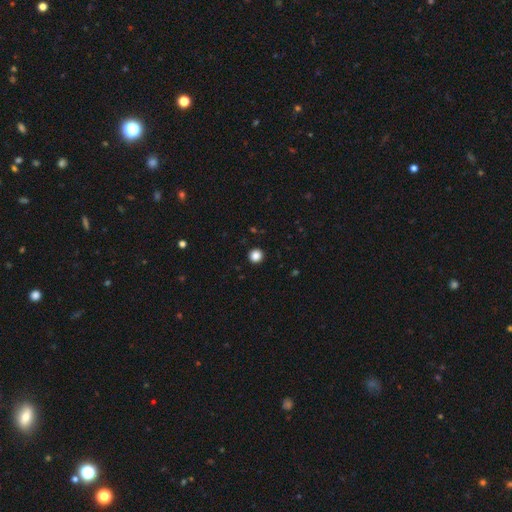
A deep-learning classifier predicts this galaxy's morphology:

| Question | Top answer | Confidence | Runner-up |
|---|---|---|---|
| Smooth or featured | smooth | 86% | star or artifact (11%) |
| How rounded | round | 95% | in between (4%) |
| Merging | none | 94% | minor disturbance (4%) |